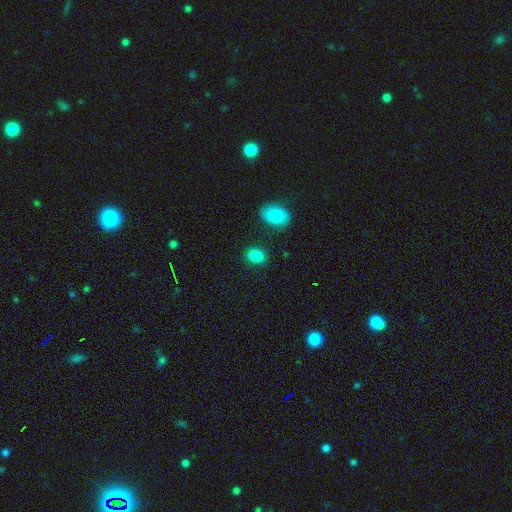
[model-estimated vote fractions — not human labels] Smooth or featured?
  - smooth: 86% *
  - star or artifact: 9%
  - featured or disk: 5%
How rounded?
  - in between: 68% *
  - round: 31%
  - cigar-shaped: 1%
Merging?
  - none: 82% *
  - minor disturbance: 11%
  - merger: 4%
  - major disturbance: 3%